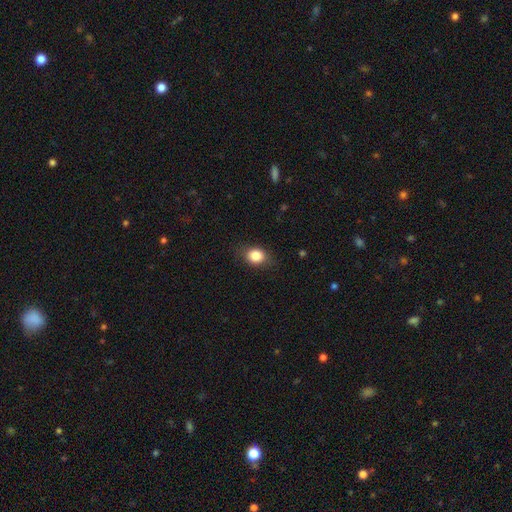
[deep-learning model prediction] Smooth or featured?
  - smooth: 84% *
  - star or artifact: 9%
  - featured or disk: 7%
How rounded?
  - round: 52% *
  - in between: 47%
  - cigar-shaped: 1%
Merging?
  - none: 80% *
  - minor disturbance: 15%
  - major disturbance: 4%
  - merger: 1%